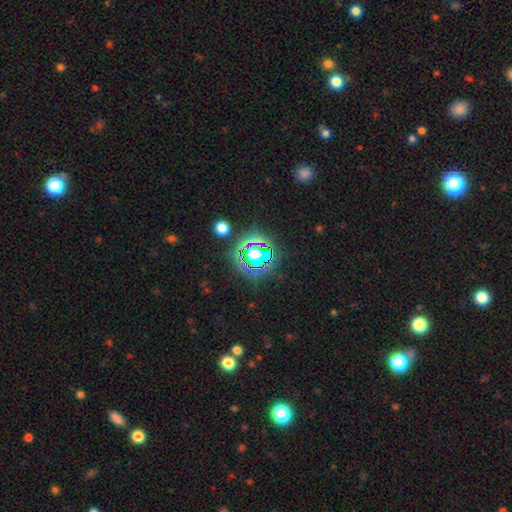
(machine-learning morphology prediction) Q: Smooth or featured?
A: star or artifact (67%); runner-up: smooth (21%)